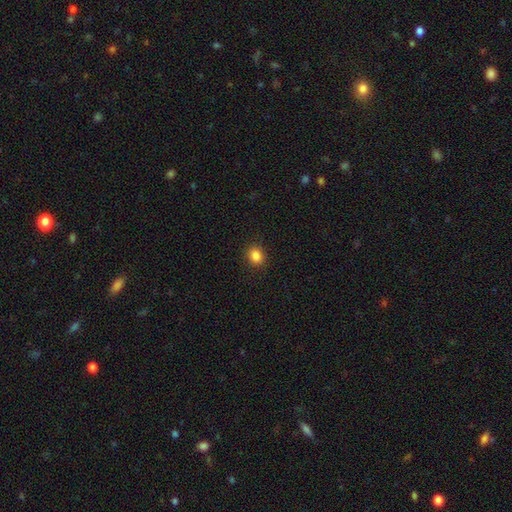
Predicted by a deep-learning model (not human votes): Smooth or featured?
  - smooth: 86% *
  - star or artifact: 10%
  - featured or disk: 4%
How rounded?
  - round: 60% *
  - in between: 39%
  - cigar-shaped: 1%
Merging?
  - none: 90% *
  - minor disturbance: 7%
  - major disturbance: 2%
  - merger: 1%